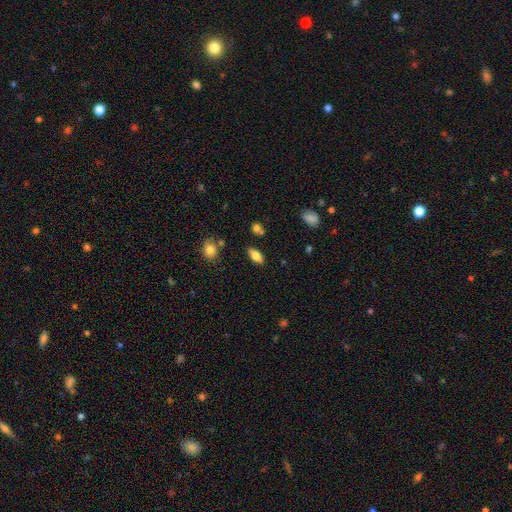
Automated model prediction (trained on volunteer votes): The model was most divided on "smooth or featured": smooth: 76%, featured or disk: 15%, star or artifact: 8%. More confident: how rounded — in between (86%); merging — none (82%).